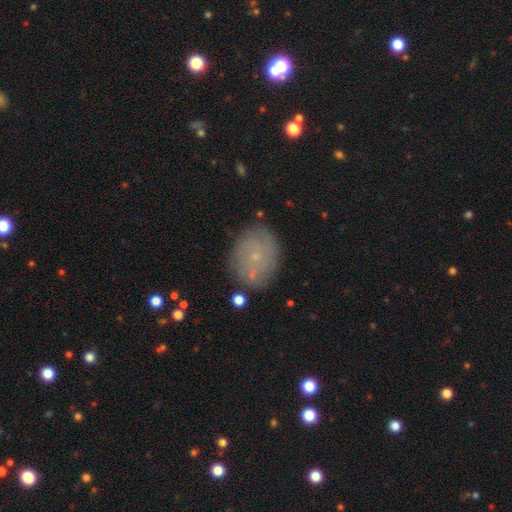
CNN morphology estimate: A smooth galaxy with no disk features (46%).

Vote fractions:
- Smooth or featured? smooth: 46% / featured or disk: 42% / star or artifact: 13%
- Merging? none: 77% / minor disturbance: 15% / major disturbance: 5% / merger: 3%